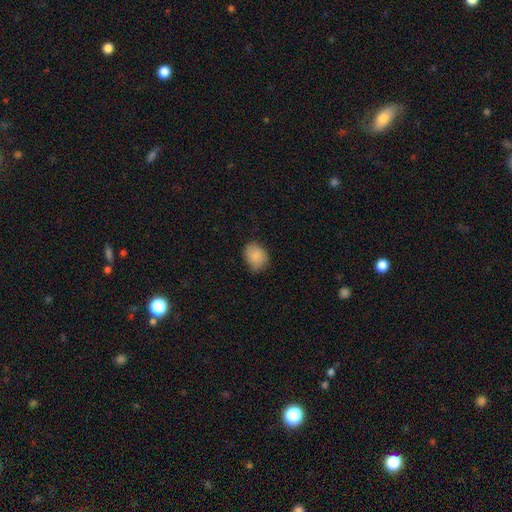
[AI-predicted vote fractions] This appears to be a smooth galaxy with no disk features (87%) that is in between round and cigar-shaped (58%). Merging: none (70%).